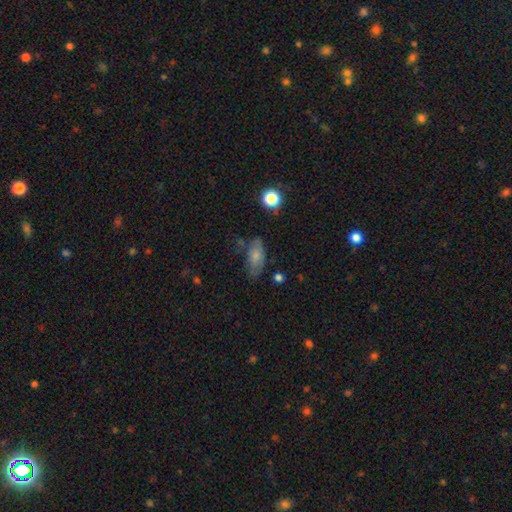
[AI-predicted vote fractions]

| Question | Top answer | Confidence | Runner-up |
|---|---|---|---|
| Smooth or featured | smooth | 67% | featured or disk (23%) |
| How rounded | in between | 85% | cigar-shaped (11%) |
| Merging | none | 57% | minor disturbance (28%) |